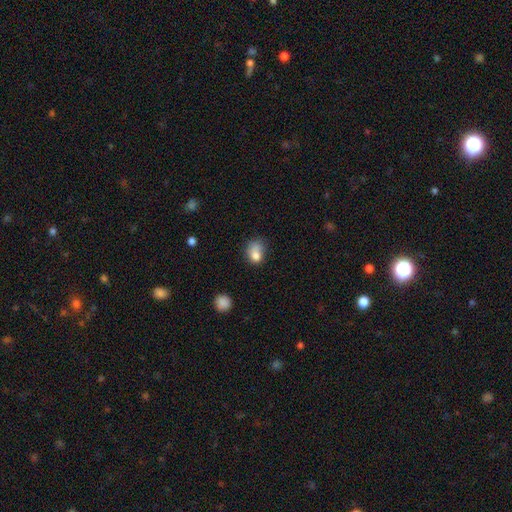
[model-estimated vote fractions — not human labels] Smooth or featured? smooth (77%)
How rounded? in between (56%)
Merging? none (34%)